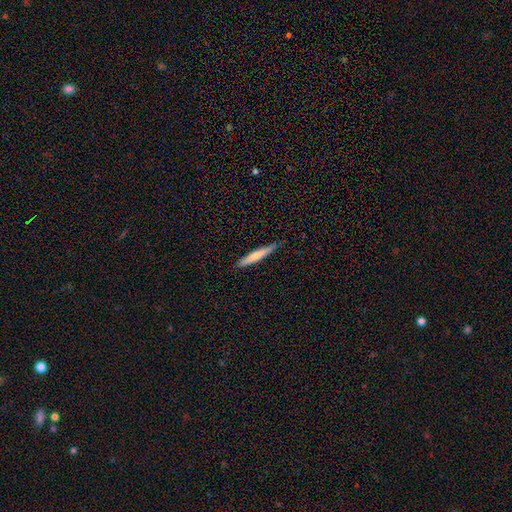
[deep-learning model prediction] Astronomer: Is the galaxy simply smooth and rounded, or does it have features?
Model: smooth — 66%.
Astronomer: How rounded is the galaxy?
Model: cigar-shaped — 94%.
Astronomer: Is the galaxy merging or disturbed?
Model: none — 86%.